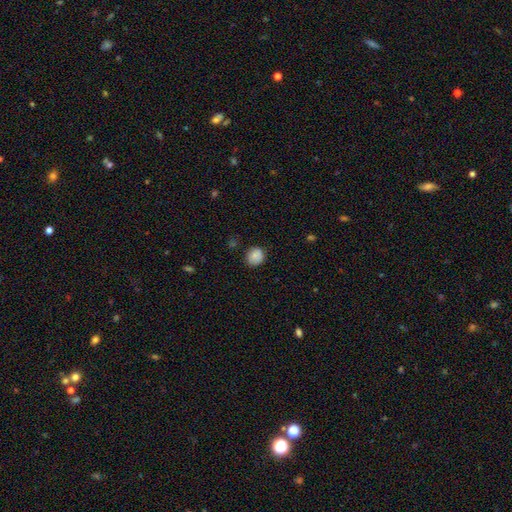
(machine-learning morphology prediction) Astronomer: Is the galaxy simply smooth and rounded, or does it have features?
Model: smooth — 84%.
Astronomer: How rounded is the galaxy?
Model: round — 79%.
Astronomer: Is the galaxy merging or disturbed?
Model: none — 79%.